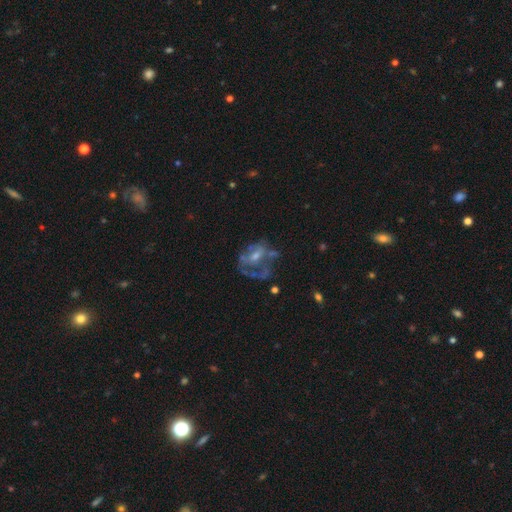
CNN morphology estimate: A featured or disk galaxy (69%) with no bar (60%), no spiral arms (54%) and a moderate central bulge (43%).

Vote fractions:
- Smooth or featured? featured or disk: 69% / smooth: 19% / star or artifact: 13%
- Edge-on disk? no: 97% / yes: 3%
- Bar? no: 60% / weak: 32% / strong: 9%
- Spiral arms? no: 54% / yes: 46%
- Bulge size? moderate: 43% / small: 42% / none: 10% / large: 3% / dominant: 1%
- Merging? none: 38% / major disturbance: 35% / minor disturbance: 19% / merger: 8%